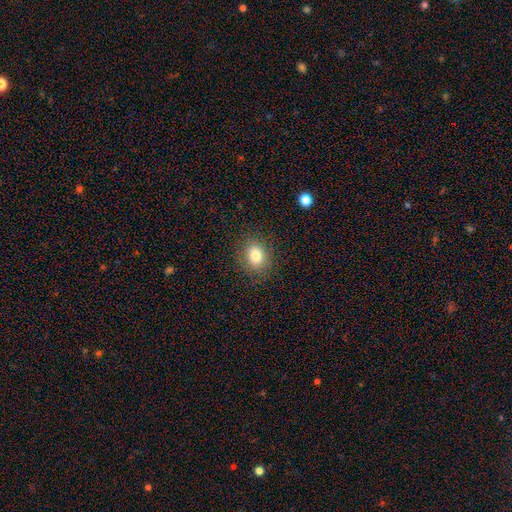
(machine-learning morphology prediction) type=smooth (81%); roundness=in between (52%); merging=none (85%).